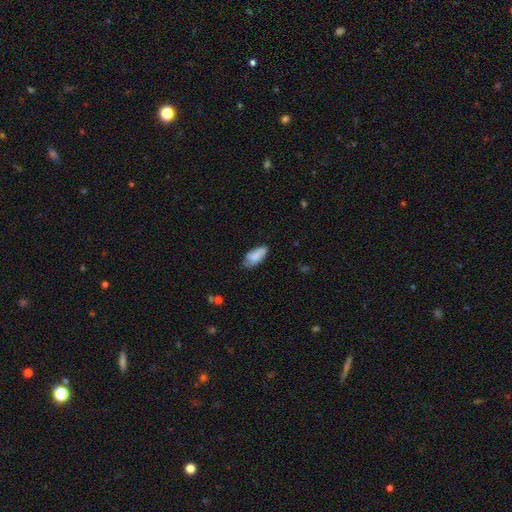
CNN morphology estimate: Overall: smooth (82%). How rounded: in between (85%). Merging: none (61%; minor disturbance 30%).